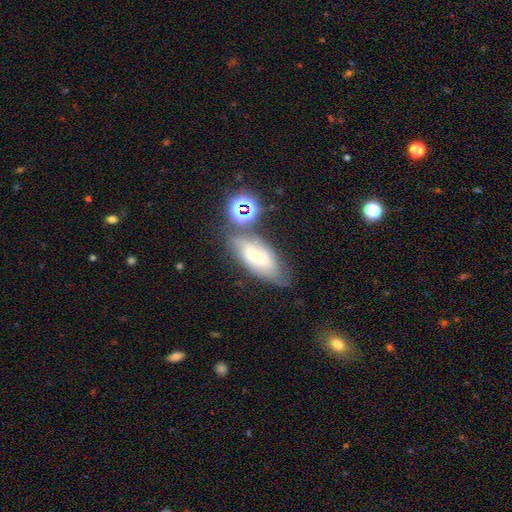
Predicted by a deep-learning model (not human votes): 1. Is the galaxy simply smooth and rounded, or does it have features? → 44% featured or disk, 41% smooth, 15% star or artifact.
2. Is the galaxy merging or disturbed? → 57% none, 23% minor disturbance, 11% merger, 9% major disturbance.